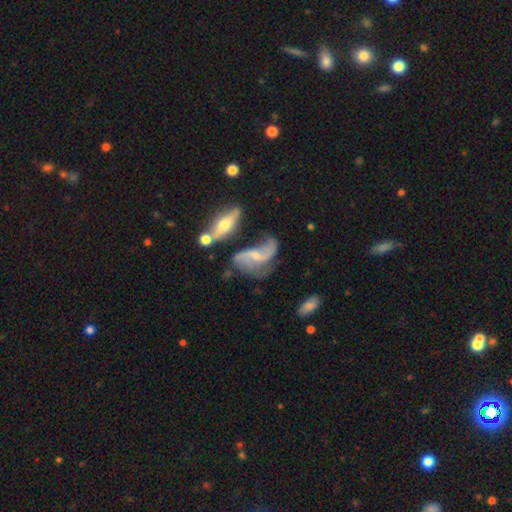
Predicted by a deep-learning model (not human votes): This appears to be a featured or disk galaxy (80%) with no bar (44%), 2 (81%) loose (72%) spiral arms (91%) and a small central bulge (61%). Merging: none (40%).